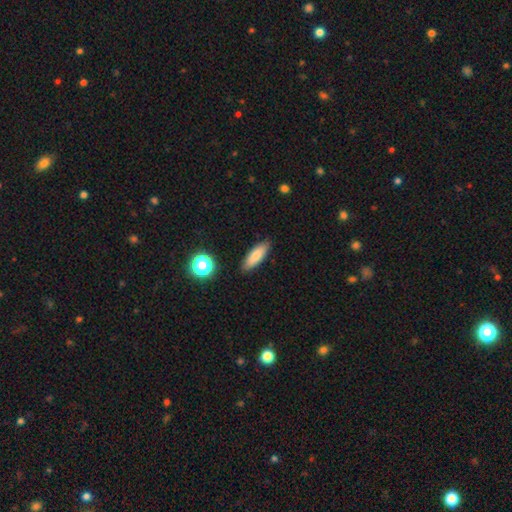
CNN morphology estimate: Smooth or featured? Predicted: smooth (p=0.81). How rounded? Predicted: in between (p=0.56). Merging? Predicted: none (p=0.87).